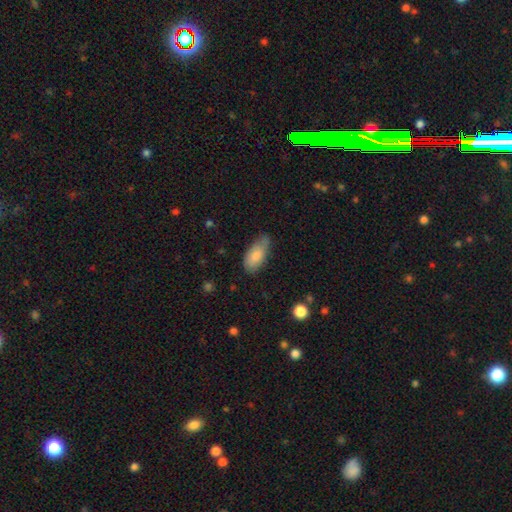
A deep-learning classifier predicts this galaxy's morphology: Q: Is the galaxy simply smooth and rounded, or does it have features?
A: smooth — 80%.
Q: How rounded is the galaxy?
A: in between — 90%.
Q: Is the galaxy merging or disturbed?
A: none — 53%.